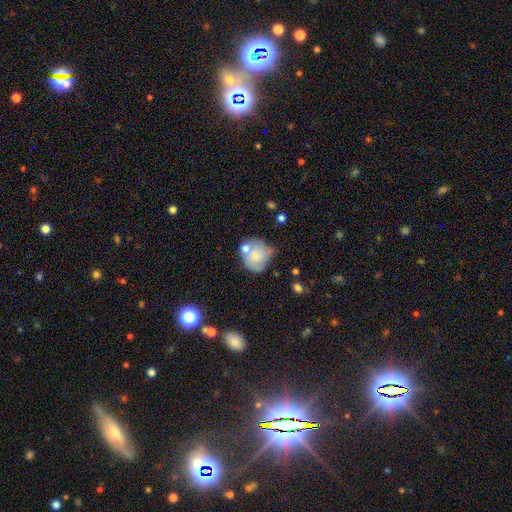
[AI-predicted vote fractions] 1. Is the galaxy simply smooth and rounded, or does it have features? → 64% smooth, 28% featured or disk, 8% star or artifact.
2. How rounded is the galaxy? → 80% round, 19% in between, 1% cigar-shaped.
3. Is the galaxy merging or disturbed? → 39% none, 25% merger, 25% minor disturbance, 11% major disturbance.